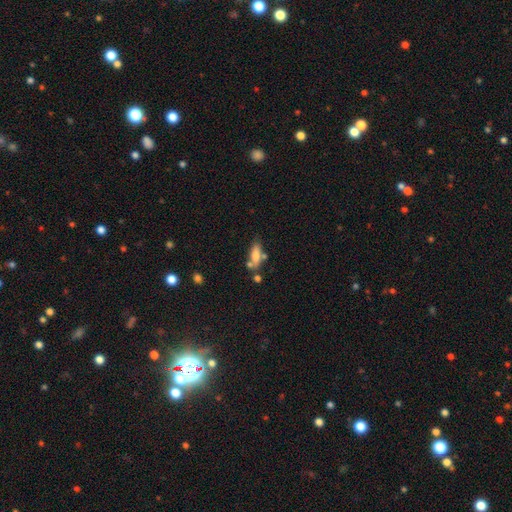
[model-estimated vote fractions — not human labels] Smooth or featured: smooth — 69% (featured or disk — 22%)
How rounded: in between — 60% (cigar-shaped — 37%)
Merging: none — 49% (merger — 24%)